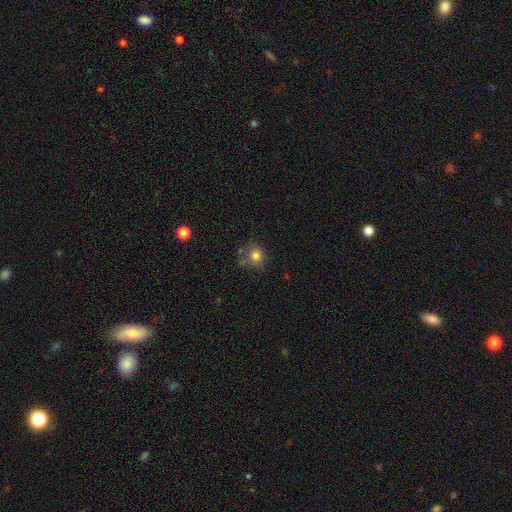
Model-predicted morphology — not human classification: Q: Smooth or featured?
A: smooth (79%); runner-up: star or artifact (12%)
Q: How rounded?
A: round (80%); runner-up: in between (19%)
Q: Merging?
A: none (62%); runner-up: minor disturbance (21%)